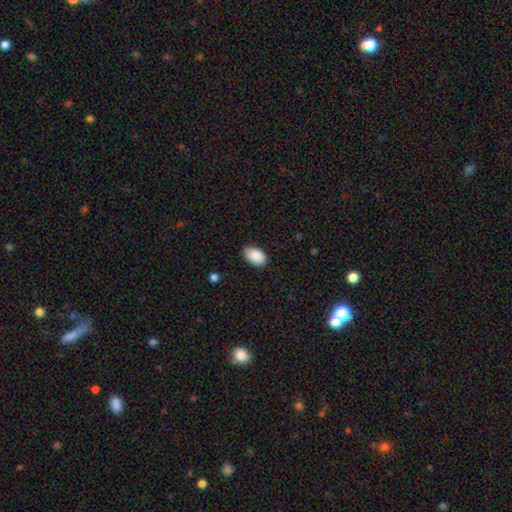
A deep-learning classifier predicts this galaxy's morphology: Overall: smooth (90%). How rounded: in between (94%). Merging: none (80%).